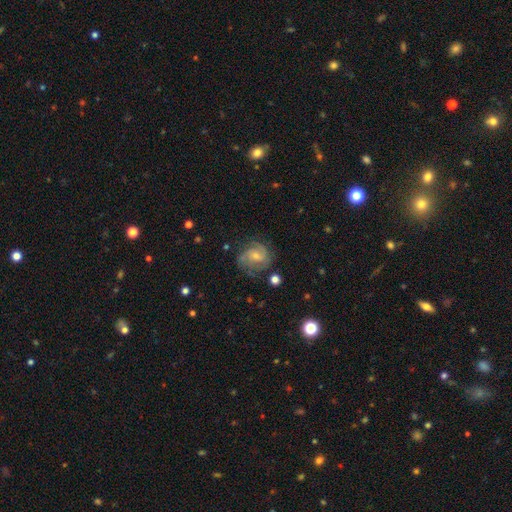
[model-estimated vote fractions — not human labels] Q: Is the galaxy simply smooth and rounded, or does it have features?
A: featured or disk — 70%.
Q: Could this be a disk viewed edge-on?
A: no — 98%.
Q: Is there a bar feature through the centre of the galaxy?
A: no — 60%.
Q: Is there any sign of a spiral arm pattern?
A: yes — 90%.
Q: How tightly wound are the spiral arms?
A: medium — 44%.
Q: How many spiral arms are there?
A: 2 — 31%.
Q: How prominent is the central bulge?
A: small — 60%.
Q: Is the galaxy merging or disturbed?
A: none — 62%.